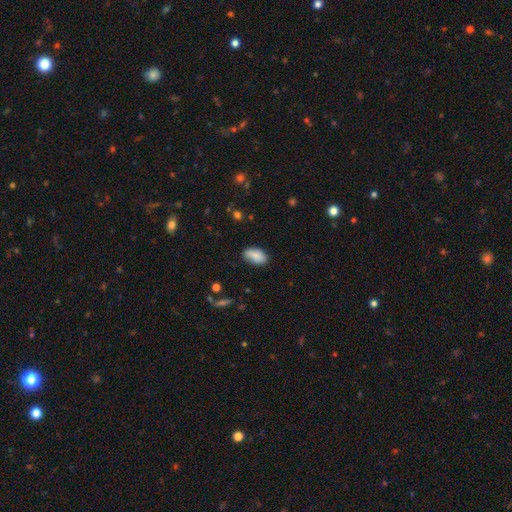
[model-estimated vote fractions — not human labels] Smooth or featured?
  - smooth: 85% *
  - featured or disk: 8%
  - star or artifact: 7%
How rounded?
  - in between: 93% *
  - round: 5%
  - cigar-shaped: 2%
Merging?
  - none: 73% *
  - minor disturbance: 22%
  - major disturbance: 4%
  - merger: 2%